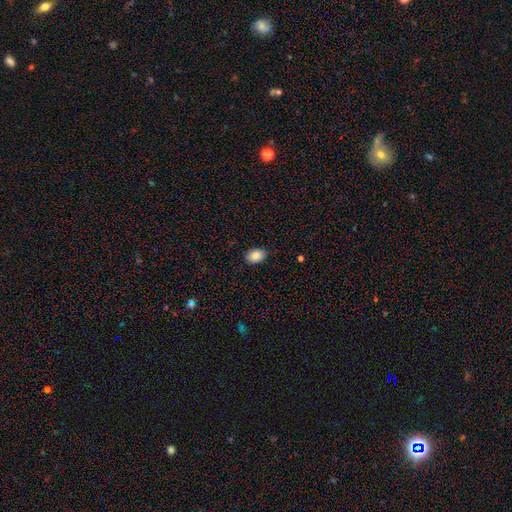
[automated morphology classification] smooth 87%, star or artifact 8%, featured or disk 6%. Down the decision tree: how rounded — in between (76%); merging — none (86%).